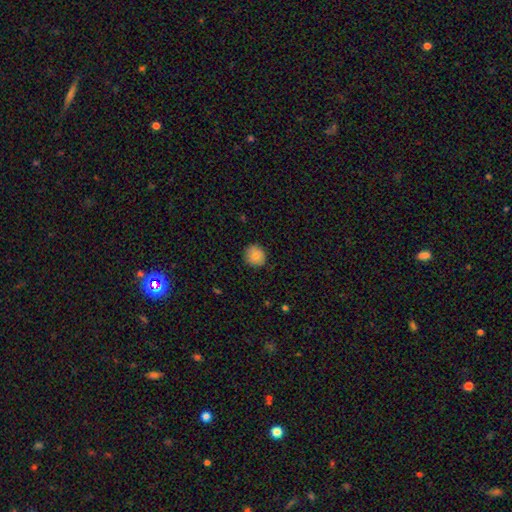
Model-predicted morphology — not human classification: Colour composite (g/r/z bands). It shows a smooth galaxy with no disk features (86%) that is round (88%). Merging: none (85%).